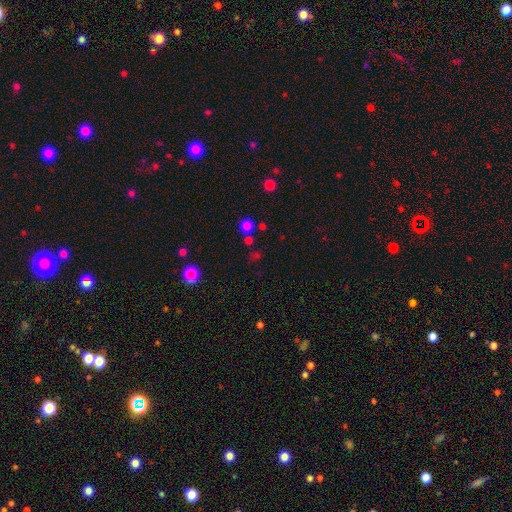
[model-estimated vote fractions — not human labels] smooth-or-featured: smooth: 55% | star or artifact: 37% | featured or disk: 8%
  how-rounded: round: 85% | in between: 13% | cigar-shaped: 2%
  merging: none: 67% | merger: 19% | minor disturbance: 9% | major disturbance: 5%